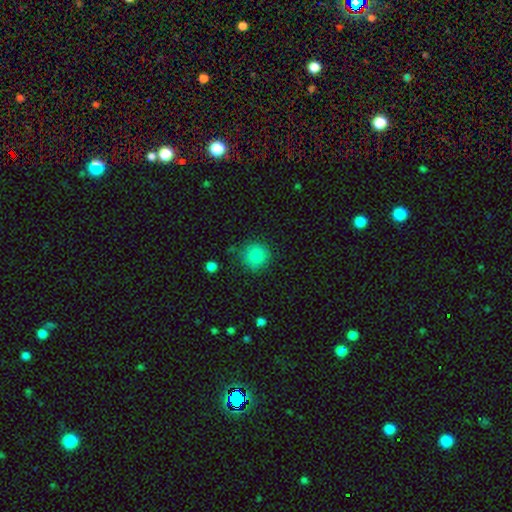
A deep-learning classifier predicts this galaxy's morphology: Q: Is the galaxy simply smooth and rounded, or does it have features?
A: smooth — 85%.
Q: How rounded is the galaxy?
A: round — 93%.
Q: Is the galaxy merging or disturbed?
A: none — 83%.